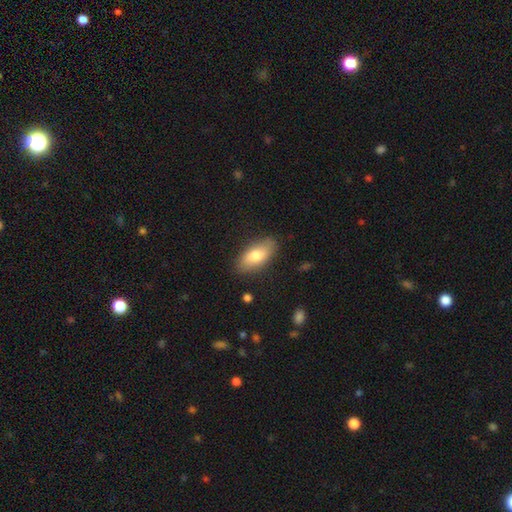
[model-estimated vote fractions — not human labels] Smooth or featured? Predicted: smooth (p=0.76). How rounded? Predicted: in between (p=0.88). Merging? Predicted: none (p=0.84).